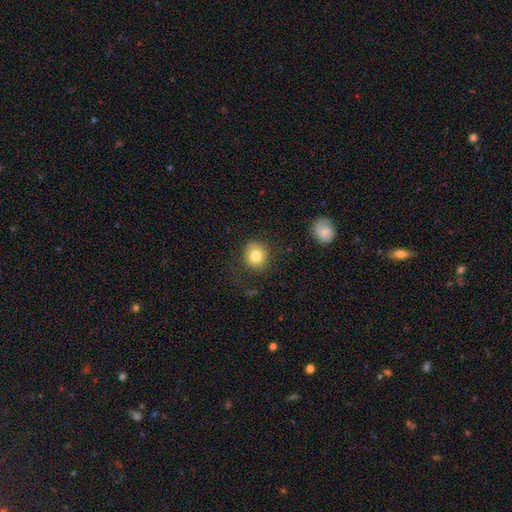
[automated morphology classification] A smooth galaxy with no disk features (80%) that is round (80%).

Vote fractions:
- Smooth or featured? smooth: 80% / featured or disk: 10% / star or artifact: 10%
- How rounded? round: 80% / in between: 19% / cigar-shaped: 1%
- Merging? none: 80% / minor disturbance: 13% / major disturbance: 5% / merger: 2%